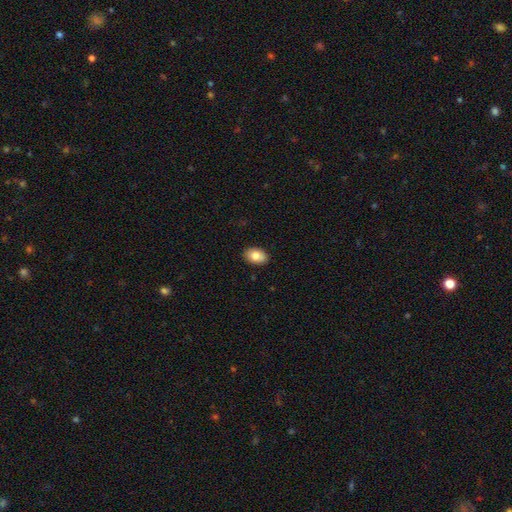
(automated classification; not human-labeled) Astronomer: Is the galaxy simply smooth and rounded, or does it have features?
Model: smooth — 82%.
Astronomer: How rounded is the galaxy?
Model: in between — 84%.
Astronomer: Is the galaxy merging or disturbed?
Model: none — 89%.